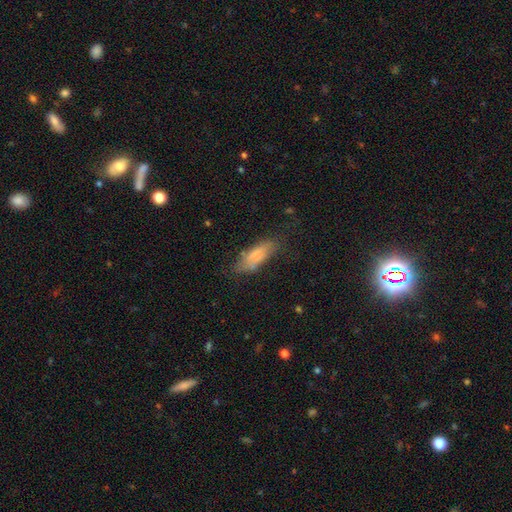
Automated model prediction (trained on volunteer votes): Morphology: type=smooth (71%); roundness=in between (62%); merging=none (53%).